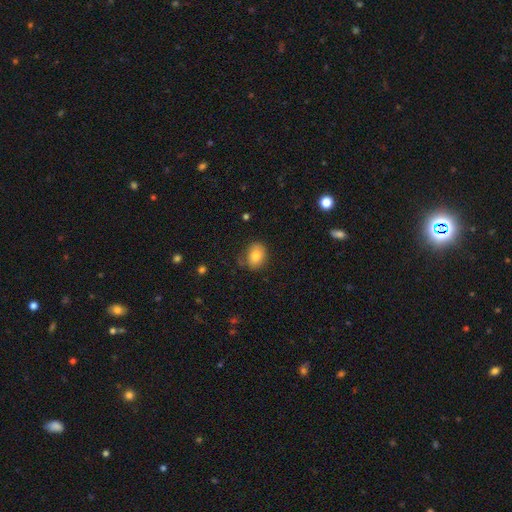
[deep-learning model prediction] This appears to be a smooth galaxy with no disk features (83%) that is in between round and cigar-shaped (64%). Merging: none (78%).